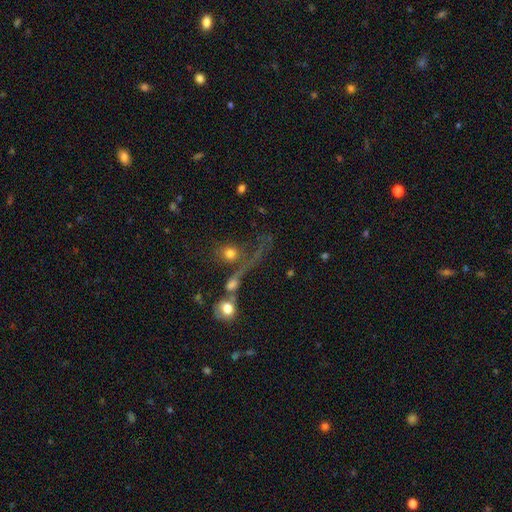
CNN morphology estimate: smooth 37%, featured or disk 32%, star or artifact 31%. Down the decision tree: merging — none (35%).